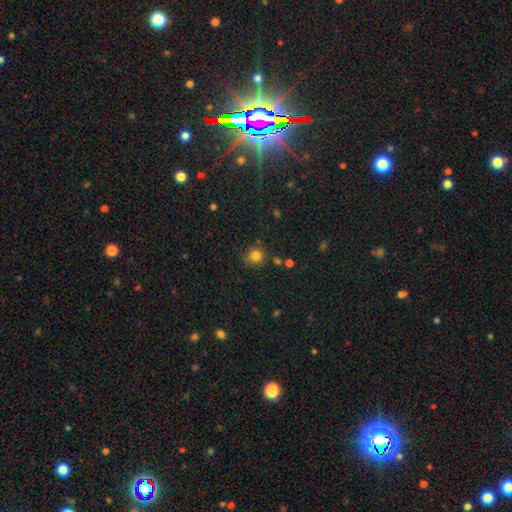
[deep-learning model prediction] Overall: smooth (80%). How rounded: round (90%). Merging: none (77%).